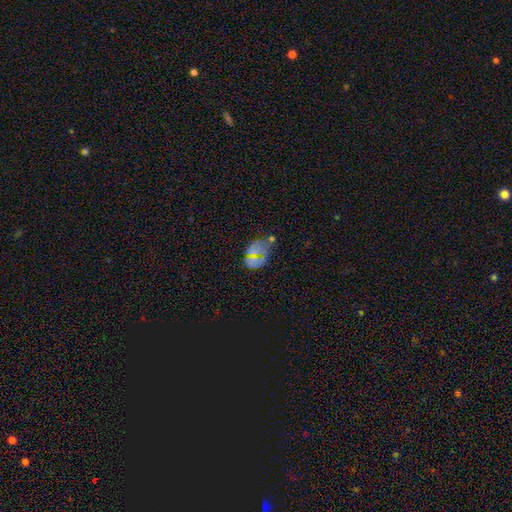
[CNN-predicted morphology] Smooth or featured?
  - smooth: 44% *
  - star or artifact: 38%
  - featured or disk: 18%
Merging?
  - none: 53% *
  - minor disturbance: 23%
  - major disturbance: 13%
  - merger: 11%